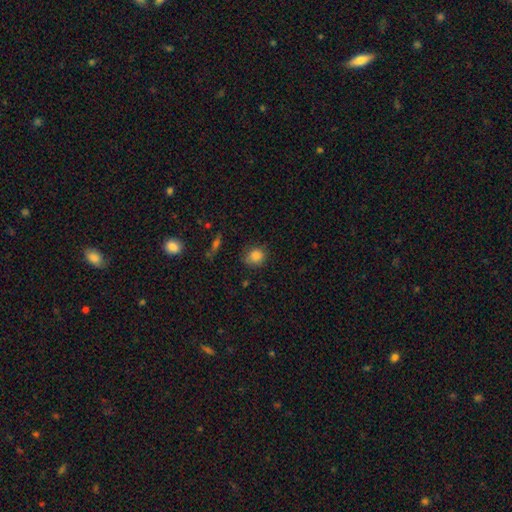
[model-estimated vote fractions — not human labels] smooth 84%, star or artifact 11%, featured or disk 5%. Down the decision tree: how rounded — round (76%); merging — none (76%).